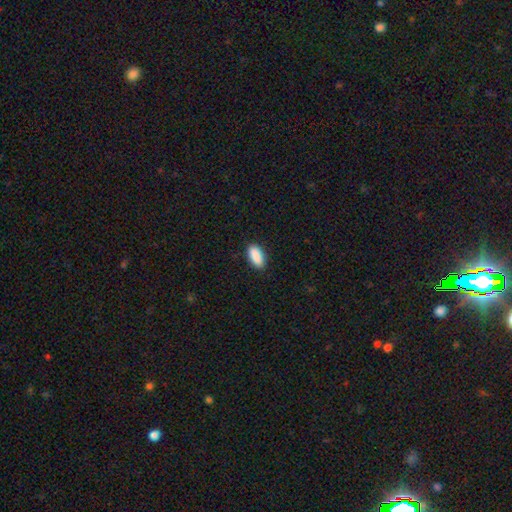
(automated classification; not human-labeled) Overall: smooth (91%). How rounded: in between (92%). Merging: none (89%).